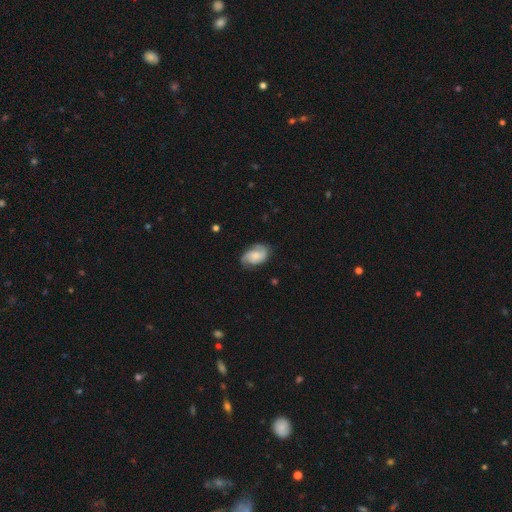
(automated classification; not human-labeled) Smooth or featured? Predicted: featured or disk (p=0.66). Edge-on disk? Predicted: no (p=0.97). Bar? Predicted: no (p=0.62). Spiral arms? Predicted: yes (p=0.94). Spiral winding? Predicted: medium (p=0.45). Spiral arm count? Predicted: 2 (p=0.65). Bulge size? Predicted: small (p=0.36). Merging? Predicted: none (p=0.73).